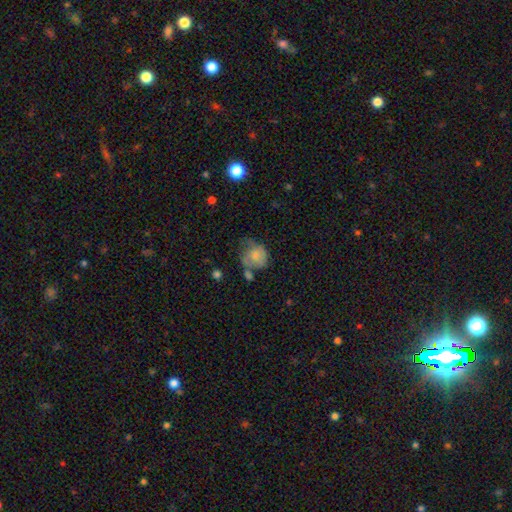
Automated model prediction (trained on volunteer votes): Overall: smooth (66%). How rounded: round (65%; in between 34%). Merging: none (30%, tied with minor disturbance).